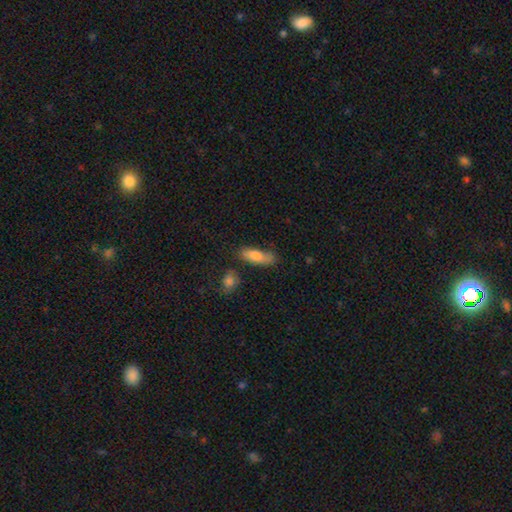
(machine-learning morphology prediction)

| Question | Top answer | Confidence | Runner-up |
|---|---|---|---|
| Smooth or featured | smooth | 82% | featured or disk (11%) |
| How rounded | in between | 63% | cigar-shaped (35%) |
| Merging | none | 65% | minor disturbance (22%) |